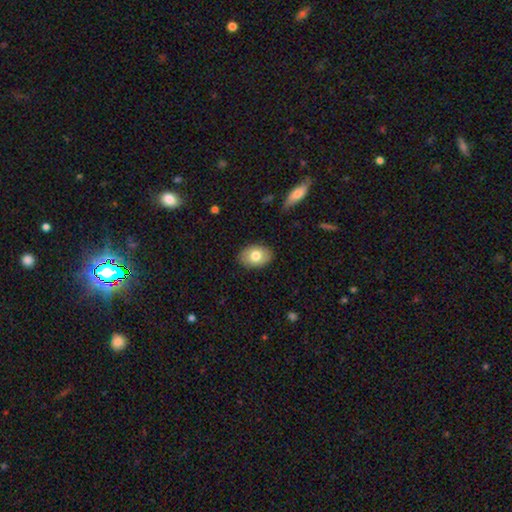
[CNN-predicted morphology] type=smooth (77%); roundness=in between (81%); merging=none (86%).